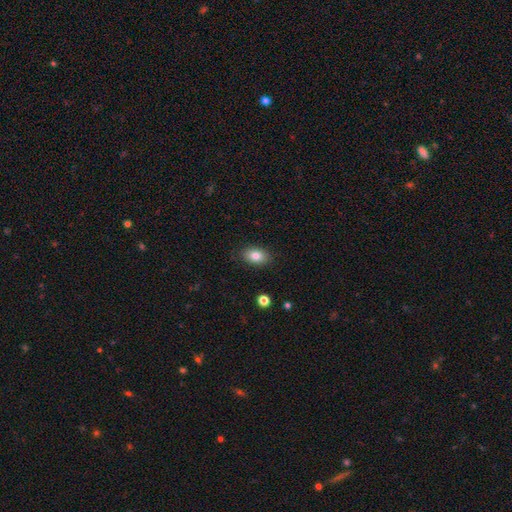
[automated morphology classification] smooth-or-featured: smooth: 82% | featured or disk: 9% | star or artifact: 9%
  how-rounded: in between: 86% | round: 13% | cigar-shaped: 1%
  merging: none: 87% | minor disturbance: 9% | major disturbance: 2% | merger: 1%